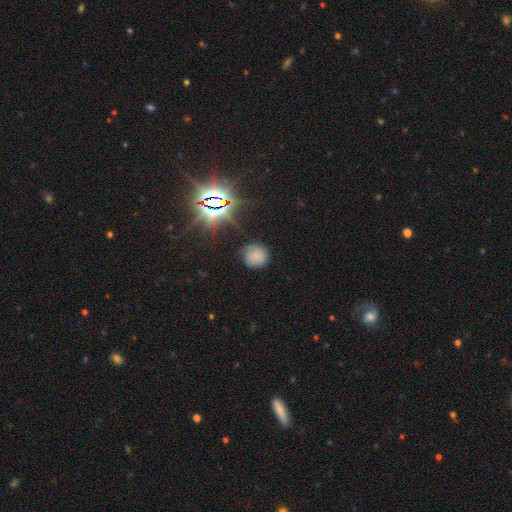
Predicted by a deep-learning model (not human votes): Smooth or featured: smooth — 62% (star or artifact — 20%)
How rounded: round — 90% (in between — 9%)
Merging: none — 78% (minor disturbance — 15%)